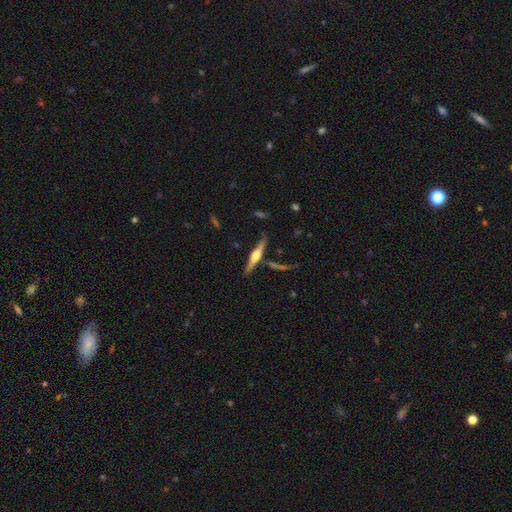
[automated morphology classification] This appears to be a featured or disk galaxy (73%) viewed edge-on (97%) with a rounded central bulge (92%). Merging: none (79%).